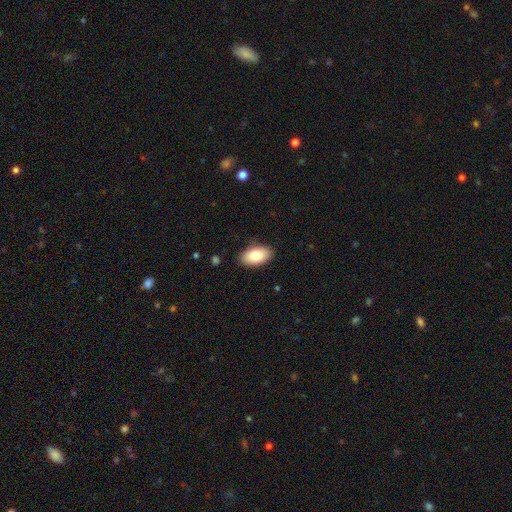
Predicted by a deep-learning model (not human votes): This appears to be a smooth galaxy with no disk features (82%) that is in between round and cigar-shaped (95%). Merging: none (87%).